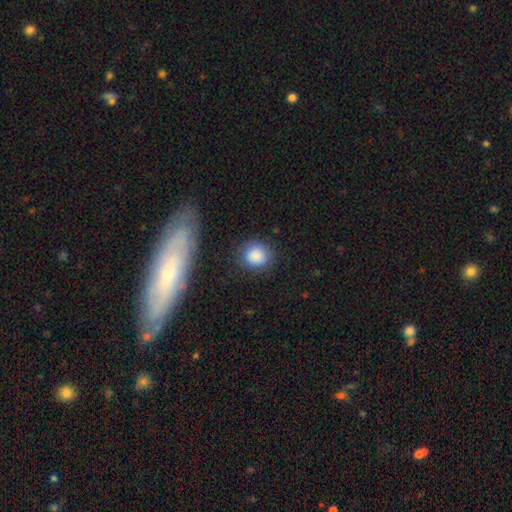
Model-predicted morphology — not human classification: A smooth galaxy with no disk features (87%) that is round (82%).

Vote fractions:
- Smooth or featured? smooth: 87% / star or artifact: 8% / featured or disk: 5%
- How rounded? round: 82% / in between: 17% / cigar-shaped: 1%
- Merging? none: 80% / minor disturbance: 13% / major disturbance: 4% / merger: 3%